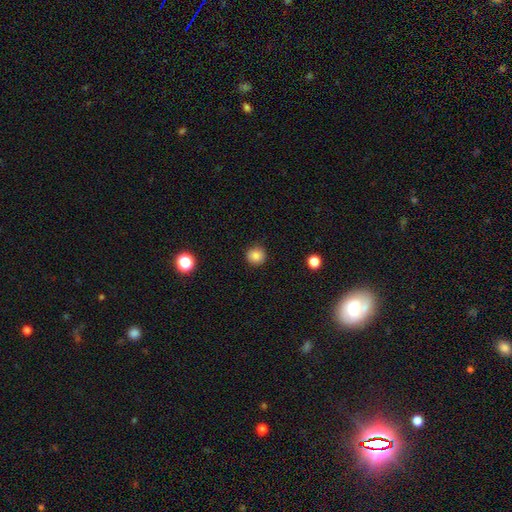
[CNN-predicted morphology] smooth_or_featured: smooth (p=0.85) [alt: star or artifact p=0.11]
how_rounded: round (p=0.93) [alt: in between p=0.06]
merging: none (p=0.89) [alt: minor disturbance p=0.08]